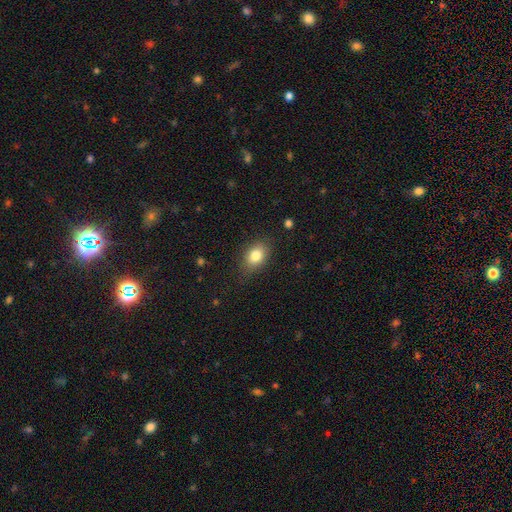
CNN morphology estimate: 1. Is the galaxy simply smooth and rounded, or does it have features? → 82% smooth, 9% star or artifact, 9% featured or disk.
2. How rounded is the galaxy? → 76% in between, 22% round, 2% cigar-shaped.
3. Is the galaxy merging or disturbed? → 79% none, 16% minor disturbance, 4% major disturbance, 1% merger.